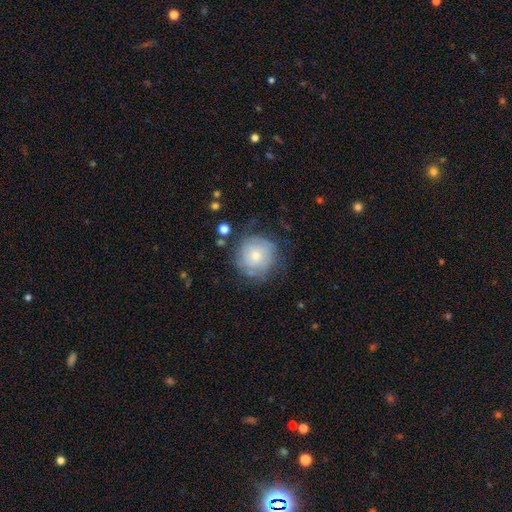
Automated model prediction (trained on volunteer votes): Smooth or featured? Predicted: smooth (p=0.51). How rounded? Predicted: round (p=0.91). Merging? Predicted: none (p=0.64).